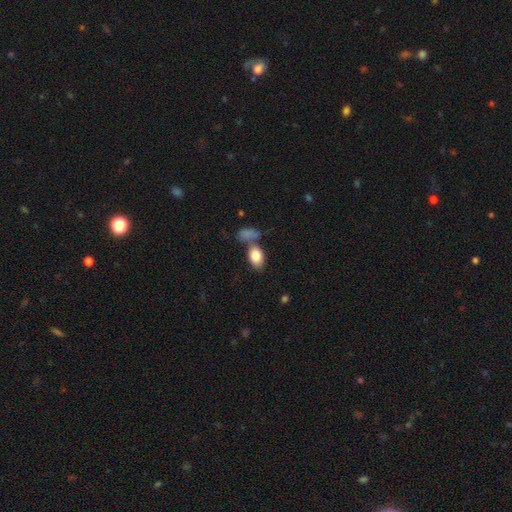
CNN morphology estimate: Q: Smooth or featured?
A: smooth (84%); runner-up: featured or disk (9%)
Q: How rounded?
A: in between (89%); runner-up: round (9%)
Q: Merging?
A: none (53%); runner-up: merger (28%)